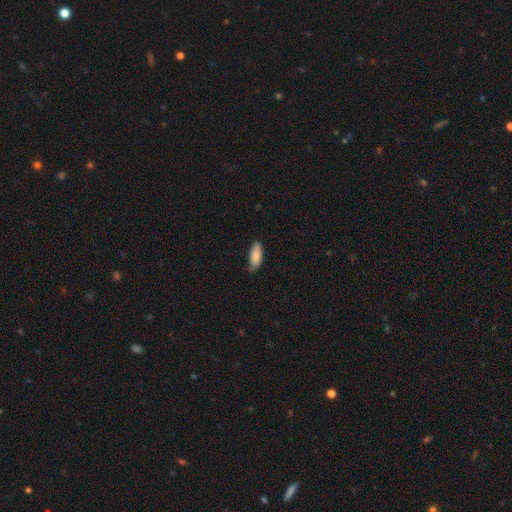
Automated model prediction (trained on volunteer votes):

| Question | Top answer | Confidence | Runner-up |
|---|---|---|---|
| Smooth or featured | smooth | 85% | featured or disk (9%) |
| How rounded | in between | 79% | cigar-shaped (19%) |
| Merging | none | 69% | minor disturbance (26%) |